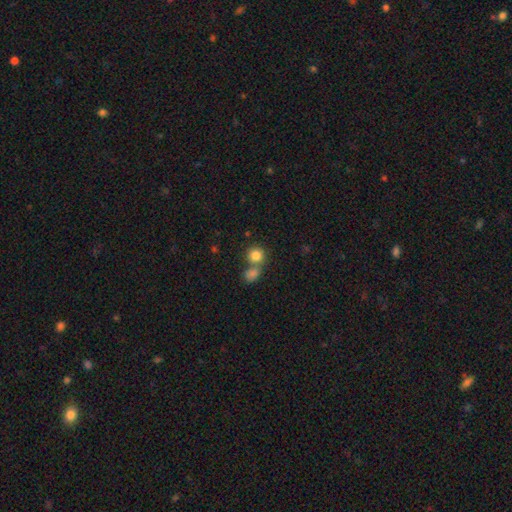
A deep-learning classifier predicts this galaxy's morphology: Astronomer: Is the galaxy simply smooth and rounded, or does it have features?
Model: smooth — 83%.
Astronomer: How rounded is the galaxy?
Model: round — 87%.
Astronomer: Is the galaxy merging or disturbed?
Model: none — 51% (runner-up: merger, 38%).